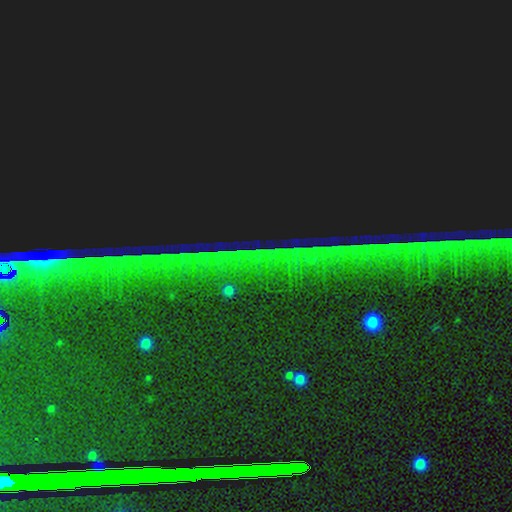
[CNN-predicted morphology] smooth-or-featured: star or artifact: 89% | featured or disk: 6% | smooth: 5%